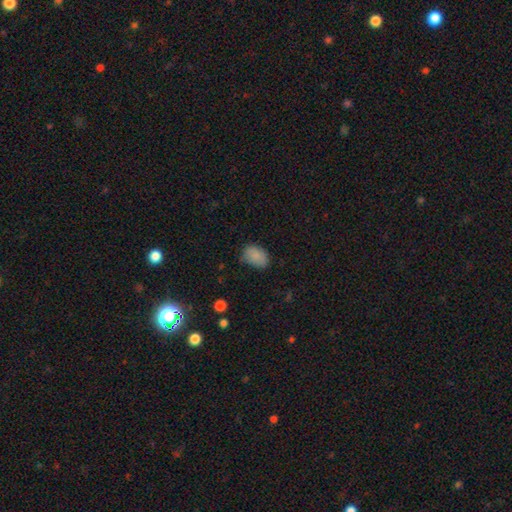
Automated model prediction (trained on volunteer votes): smooth 85%, star or artifact 9%, featured or disk 7%. Down the decision tree: how rounded — in between (82%); merging — none (63%).